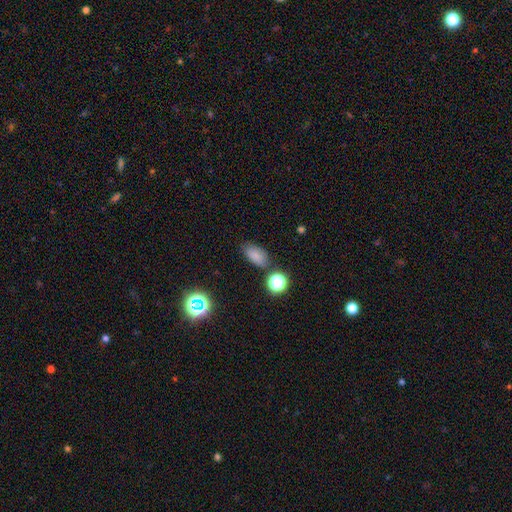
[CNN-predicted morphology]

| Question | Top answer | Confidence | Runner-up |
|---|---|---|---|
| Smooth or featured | smooth | 79% | star or artifact (14%) |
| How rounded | in between | 88% | round (9%) |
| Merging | none | 74% | minor disturbance (16%) |